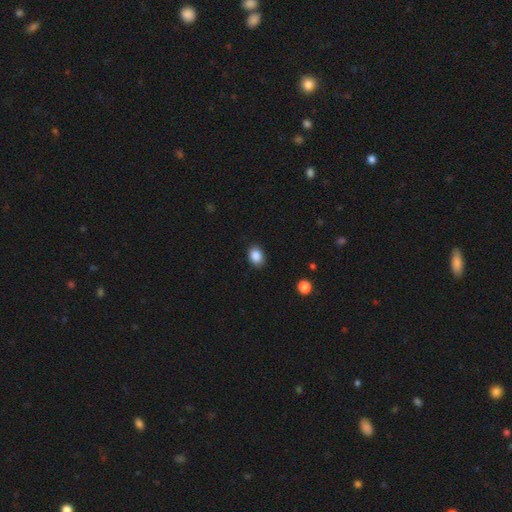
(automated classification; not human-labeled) This is clearly a smooth galaxy (88%). How rounded: likely in between (69%). Merging: clearly none (87%).